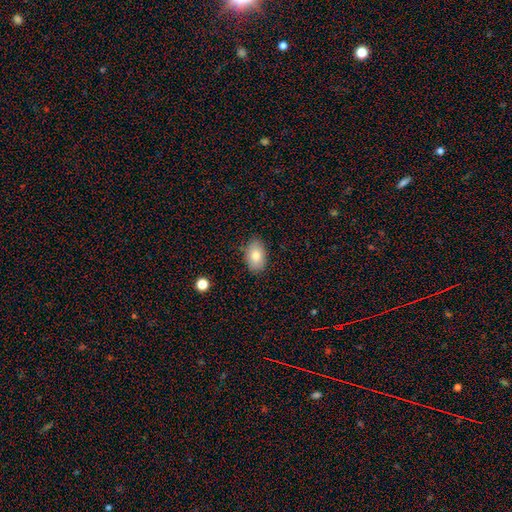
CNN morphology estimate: Smooth or featured? smooth (82%)
How rounded? in between (88%)
Merging? none (84%)